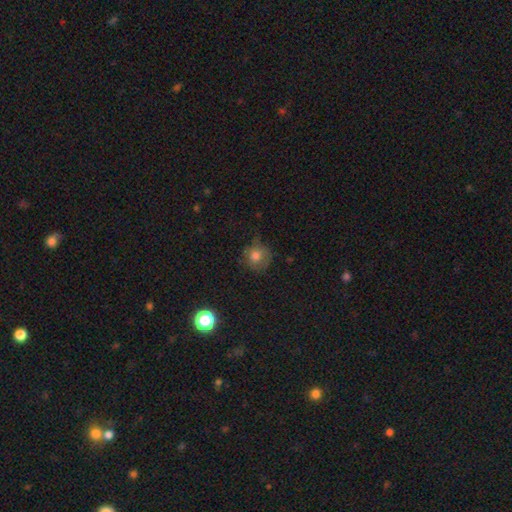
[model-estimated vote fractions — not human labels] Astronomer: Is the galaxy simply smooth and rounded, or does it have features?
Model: smooth — 72%.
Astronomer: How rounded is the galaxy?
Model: round — 86%.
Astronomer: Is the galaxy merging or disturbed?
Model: none — 64%.